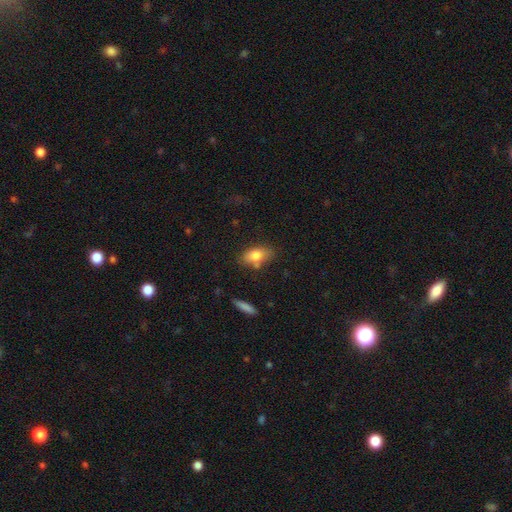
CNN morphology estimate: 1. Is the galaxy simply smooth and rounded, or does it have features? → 79% smooth, 14% featured or disk, 7% star or artifact.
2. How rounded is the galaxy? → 87% in between, 7% round, 5% cigar-shaped.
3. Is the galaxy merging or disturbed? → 68% none, 20% minor disturbance, 7% merger, 5% major disturbance.